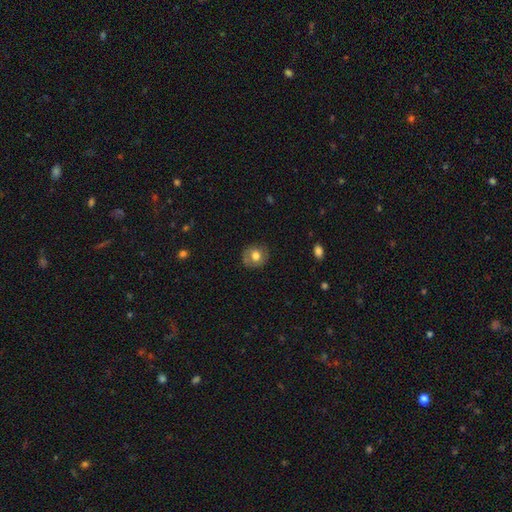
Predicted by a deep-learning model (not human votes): Q: Smooth or featured?
A: smooth (69%); runner-up: featured or disk (22%)
Q: How rounded?
A: round (81%); runner-up: in between (18%)
Q: Merging?
A: none (81%); runner-up: minor disturbance (14%)